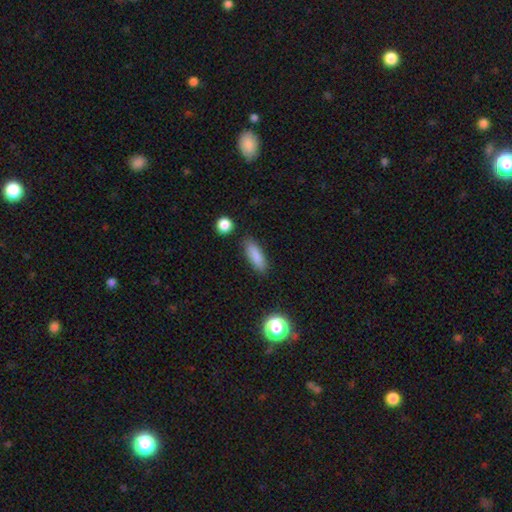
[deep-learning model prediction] smooth_or_featured: smooth (p=0.86) [alt: star or artifact p=0.08]
how_rounded: in between (p=0.55) [alt: cigar-shaped p=0.43]
merging: none (p=0.85) [alt: minor disturbance p=0.10]